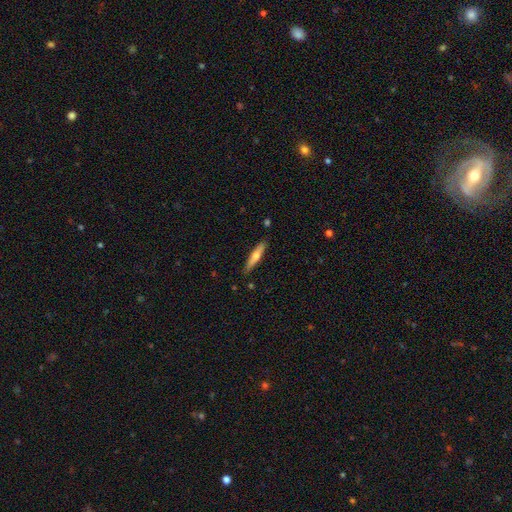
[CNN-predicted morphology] smooth-or-featured: smooth: 52% | featured or disk: 43% | star or artifact: 6%
  how-rounded: cigar-shaped: 87% | in between: 11% | round: 2%
  merging: none: 87% | minor disturbance: 9% | major disturbance: 2% | merger: 2%